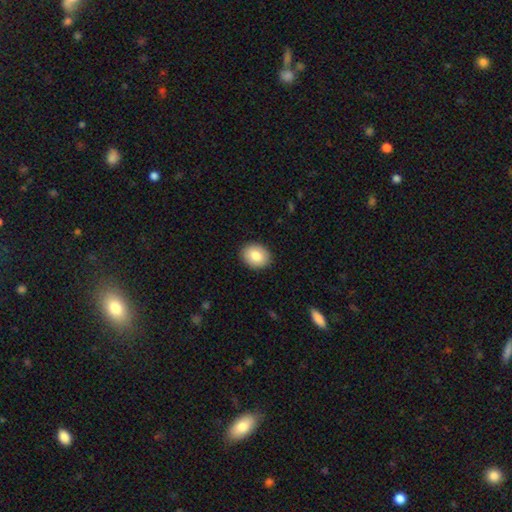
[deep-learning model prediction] This appears to be a smooth galaxy with no disk features (84%) that is in between round and cigar-shaped (52%). Merging: none (91%).